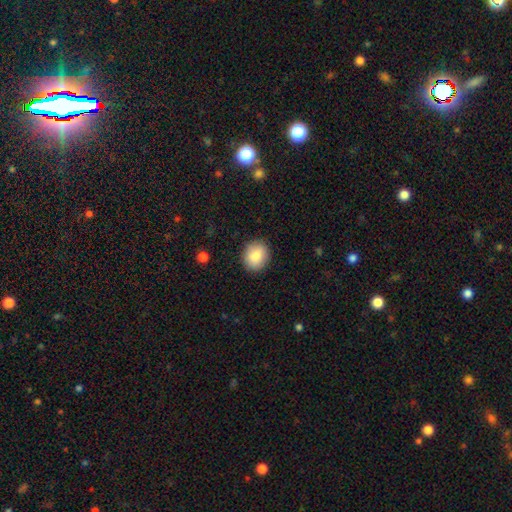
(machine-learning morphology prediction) A smooth galaxy with no disk features (86%) that is round (67%).

Vote fractions:
- Smooth or featured? smooth: 86% / star or artifact: 8% / featured or disk: 7%
- How rounded? round: 67% / in between: 32% / cigar-shaped: 1%
- Merging? none: 89% / minor disturbance: 8% / major disturbance: 2% / merger: 1%